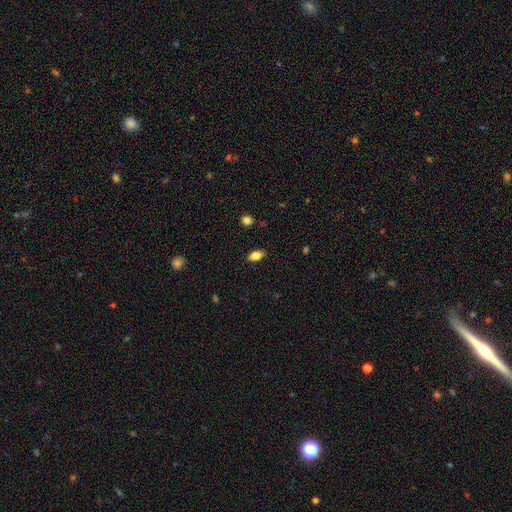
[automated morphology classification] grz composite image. It shows a smooth galaxy with no disk features (84%) that is in between round and cigar-shaped (89%). Merging: none (87%).